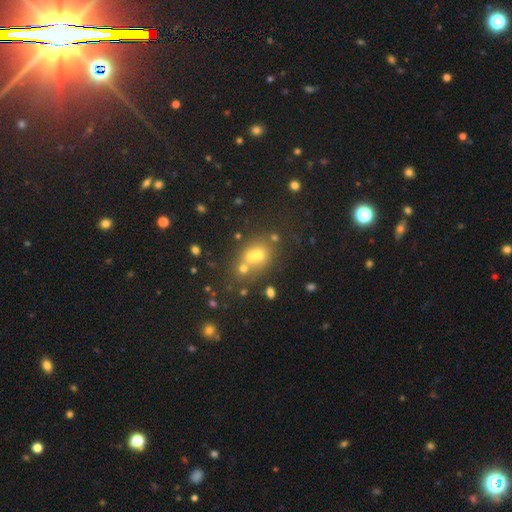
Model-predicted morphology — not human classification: Smooth or featured? smooth (53%)
How rounded? round (65%)
Merging? merger (47%)